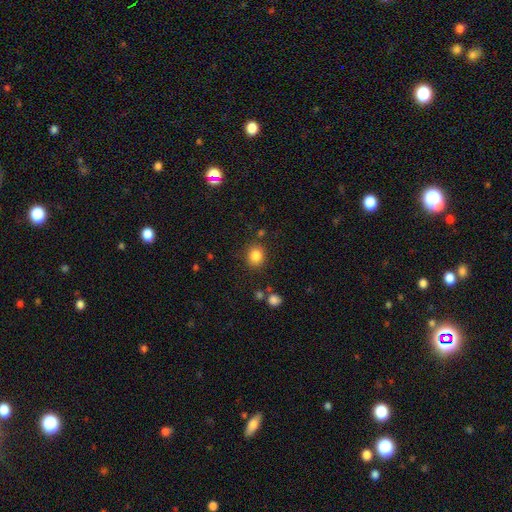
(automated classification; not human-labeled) Overall: smooth (84%). How rounded: round (77%). Merging: none (85%).